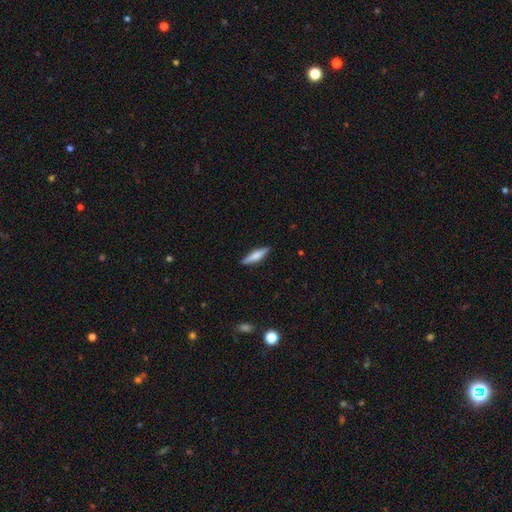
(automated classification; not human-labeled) smooth-or-featured: smooth: 67% | featured or disk: 27% | star or artifact: 6%
  how-rounded: cigar-shaped: 78% | in between: 21% | round: 2%
  merging: none: 88% | minor disturbance: 8% | major disturbance: 2% | merger: 1%